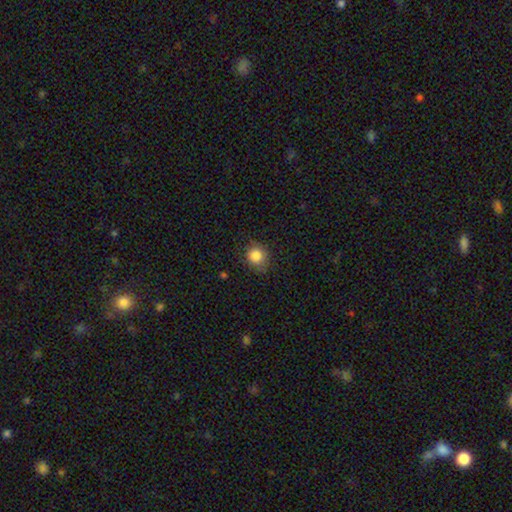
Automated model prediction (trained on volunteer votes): smooth_or_featured: smooth (p=0.85) [alt: star or artifact p=0.10]
how_rounded: round (p=0.85) [alt: in between p=0.14]
merging: none (p=0.79) [alt: minor disturbance p=0.16]